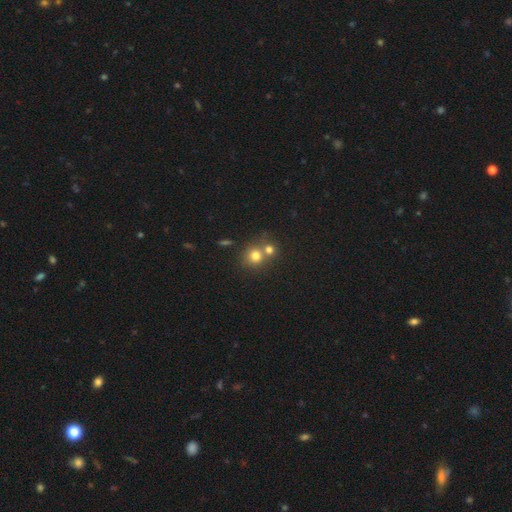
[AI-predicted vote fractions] smooth_or_featured: smooth (p=0.75) [alt: star or artifact p=0.14]
how_rounded: round (p=0.84) [alt: in between p=0.15]
merging: merger (p=0.45) [tied with: none p=0.45]